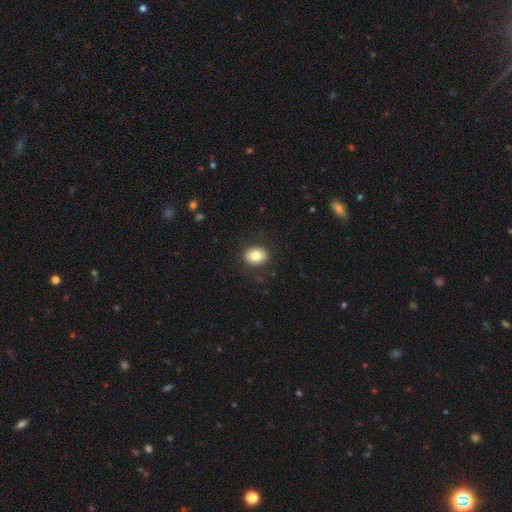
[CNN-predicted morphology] Overall: smooth (81%). How rounded: round (57%; in between 42%). Merging: none (87%).